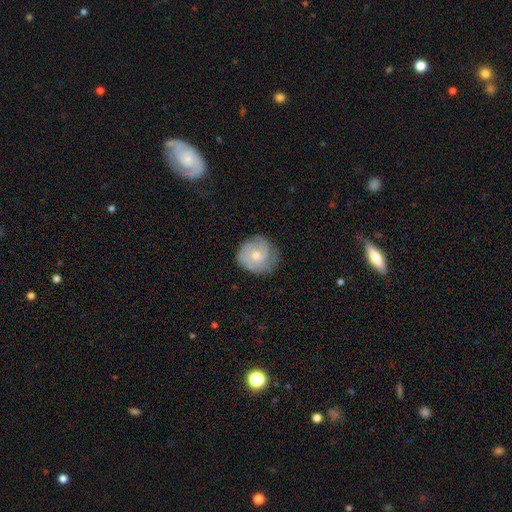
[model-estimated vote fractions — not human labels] This appears to be a featured or disk galaxy (47%). Merging: none (72%).